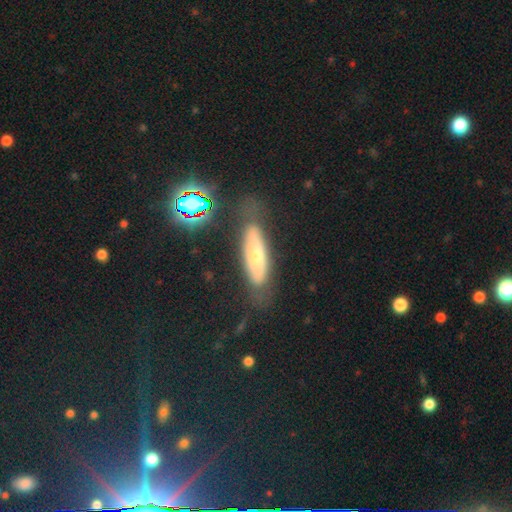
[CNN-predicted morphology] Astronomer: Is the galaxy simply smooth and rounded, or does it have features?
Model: featured or disk — 41% (runner-up: smooth, 30%).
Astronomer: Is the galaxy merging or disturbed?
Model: none — 71%.